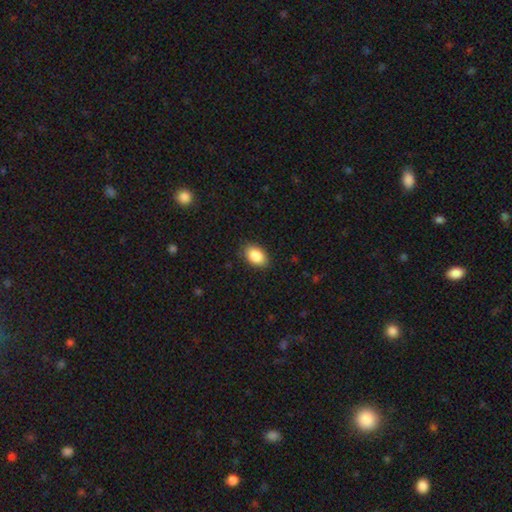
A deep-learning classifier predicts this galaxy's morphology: A smooth galaxy with no disk features (89%) that is in between round and cigar-shaped (90%). Merging: none (87%).